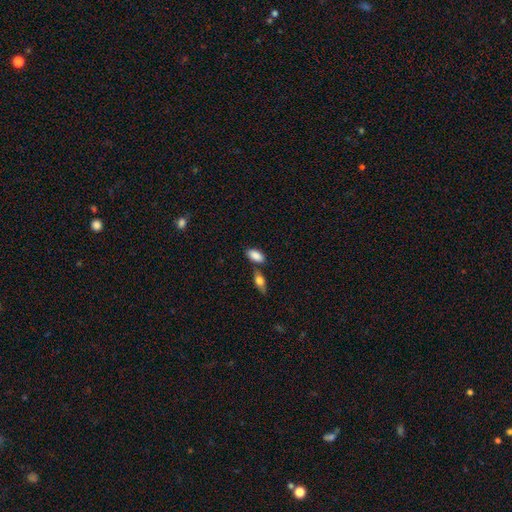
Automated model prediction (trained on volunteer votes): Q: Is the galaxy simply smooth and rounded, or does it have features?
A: smooth — 86%.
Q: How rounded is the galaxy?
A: in between — 91%.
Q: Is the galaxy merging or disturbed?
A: none — 66%.